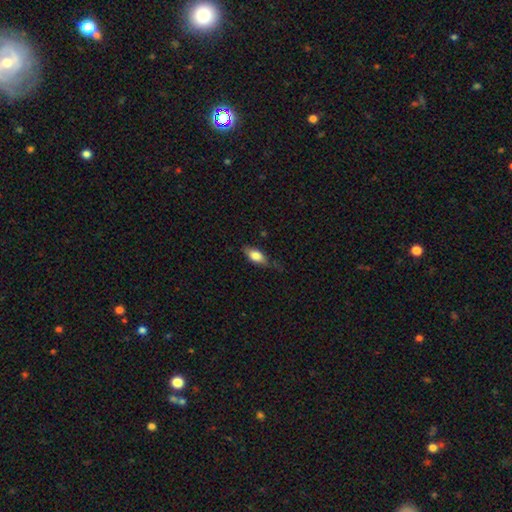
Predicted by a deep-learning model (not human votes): smooth_or_featured: smooth (p=0.76) [alt: featured or disk p=0.17]
how_rounded: in between (p=0.82) [alt: cigar-shaped p=0.15]
merging: none (p=0.68) [alt: minor disturbance p=0.24]